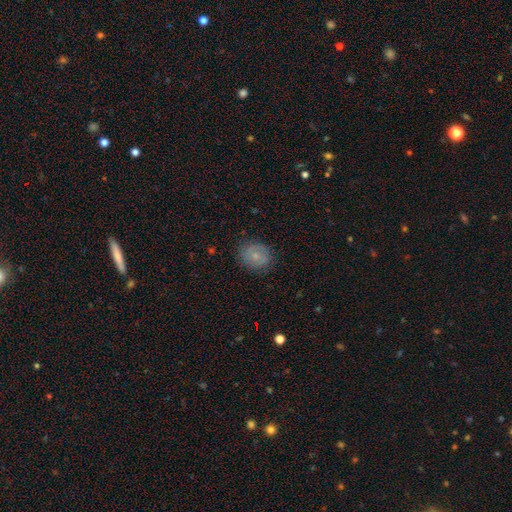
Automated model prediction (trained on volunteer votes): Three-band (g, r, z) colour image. It shows a smooth galaxy with no disk features (62%) that is round (69%). Merging: none (81%).